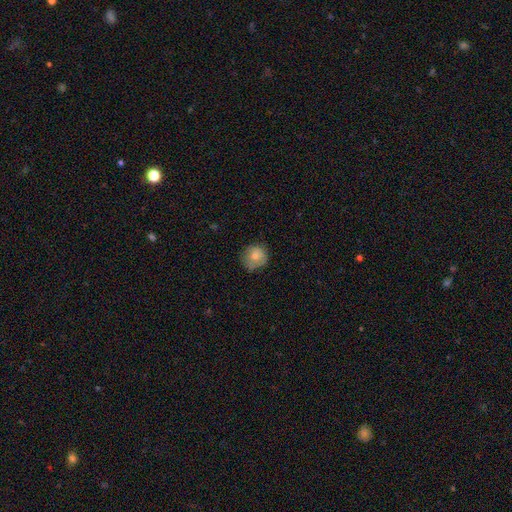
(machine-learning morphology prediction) The model was most divided on "merging": none: 71%, minor disturbance: 22%, major disturbance: 6%, merger: 1%. More confident: how rounded — round (88%); smooth or featured — smooth (79%).